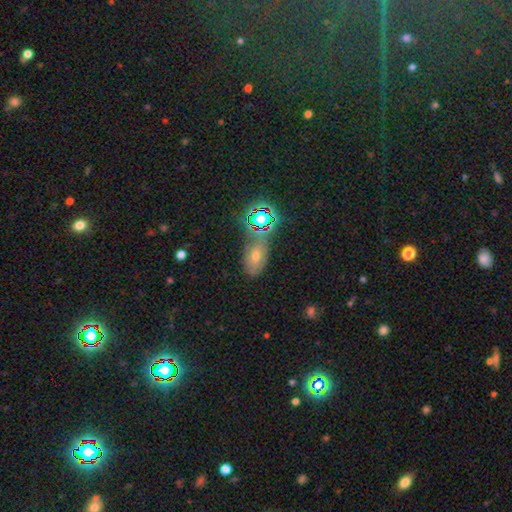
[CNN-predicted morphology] Overall: star or artifact (47%; smooth 33%).